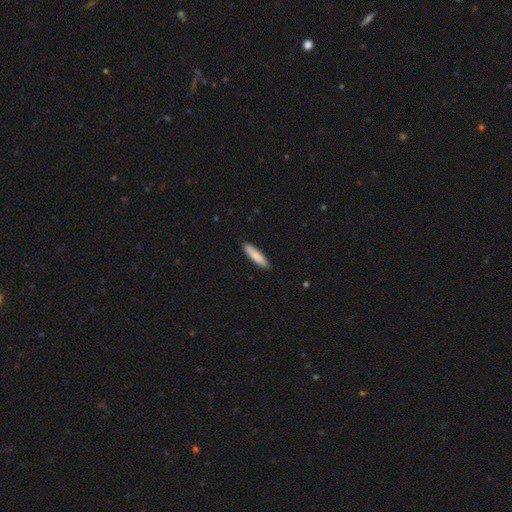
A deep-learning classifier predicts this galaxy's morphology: type=smooth (86%); roundness=cigar-shaped (78%); merging=none (88%).